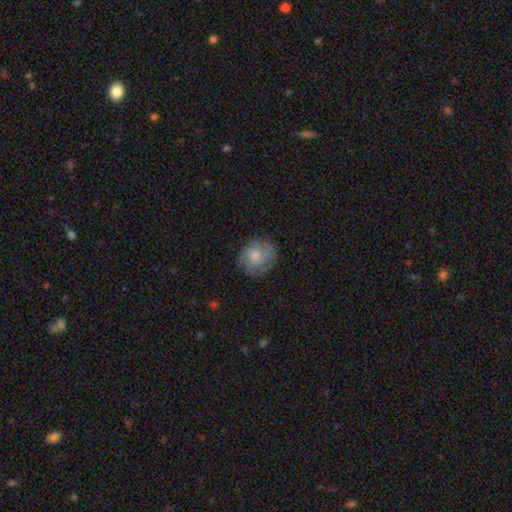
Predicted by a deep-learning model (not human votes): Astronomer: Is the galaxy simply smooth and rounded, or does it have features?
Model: featured or disk — 55% (runner-up: smooth, 37%).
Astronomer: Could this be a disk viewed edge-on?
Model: no — 97%.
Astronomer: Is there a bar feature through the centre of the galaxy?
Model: no — 73%.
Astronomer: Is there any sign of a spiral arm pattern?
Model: yes — 85%.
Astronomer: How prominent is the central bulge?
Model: moderate — 41% (runner-up: small, 35%).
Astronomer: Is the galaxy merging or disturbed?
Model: none — 73%.